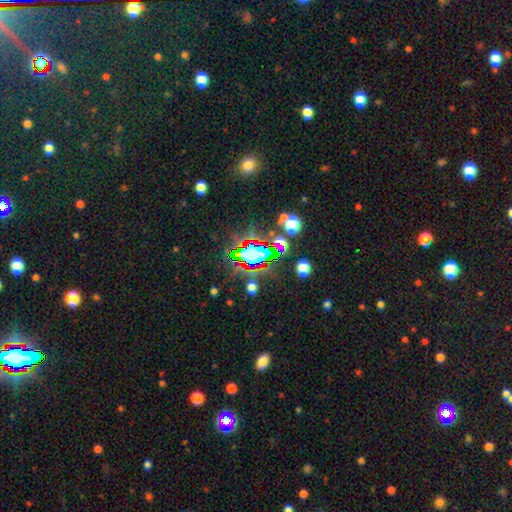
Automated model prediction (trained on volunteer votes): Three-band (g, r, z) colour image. It shows a star or artifact, not a galaxy (61%).